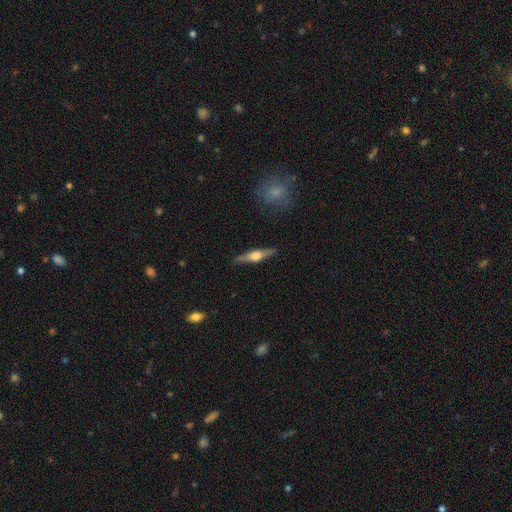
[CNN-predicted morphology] Overall: featured or disk (69%). Edge-on disk: yes (96%). Edge-on bulge: rounded (92%). Merging: none (86%).